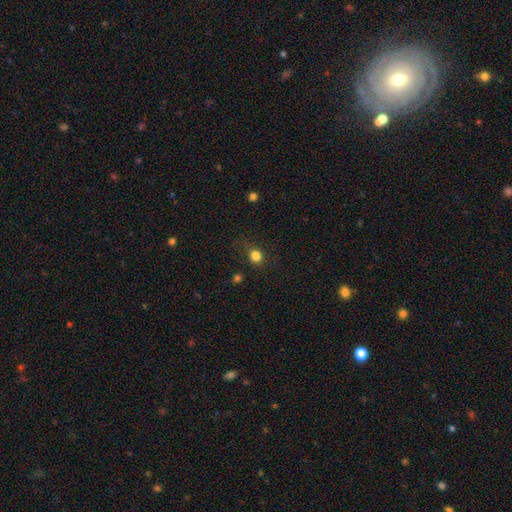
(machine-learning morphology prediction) smooth-or-featured: smooth: 81% | star or artifact: 14% | featured or disk: 5%
  how-rounded: round: 79% | in between: 20% | cigar-shaped: 1%
  merging: none: 73% | minor disturbance: 17% | major disturbance: 8% | merger: 2%